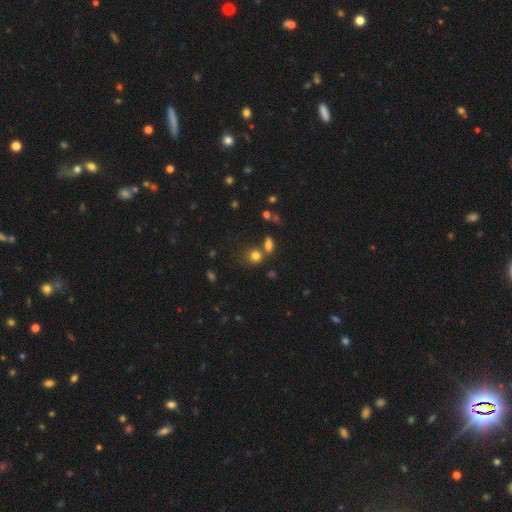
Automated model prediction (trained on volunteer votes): The model was most divided on "merging": none: 57%, merger: 25%, minor disturbance: 12%, major disturbance: 6%. More confident: smooth or featured — smooth (78%); how rounded — round (71%).